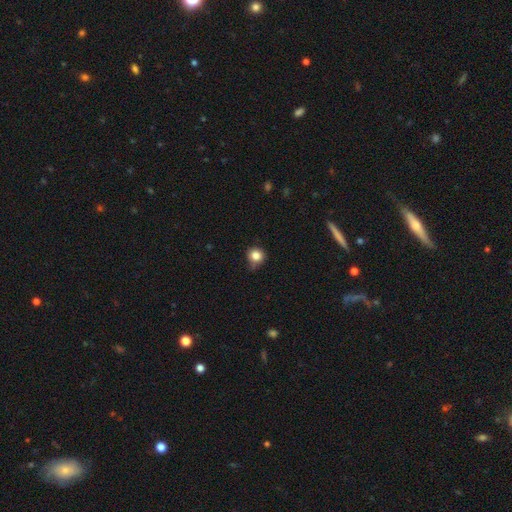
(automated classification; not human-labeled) Smooth or featured?
  - smooth: 83% *
  - star or artifact: 11%
  - featured or disk: 6%
How rounded?
  - round: 88% *
  - in between: 11%
  - cigar-shaped: 1%
Merging?
  - none: 65% *
  - minor disturbance: 26%
  - major disturbance: 5%
  - merger: 3%